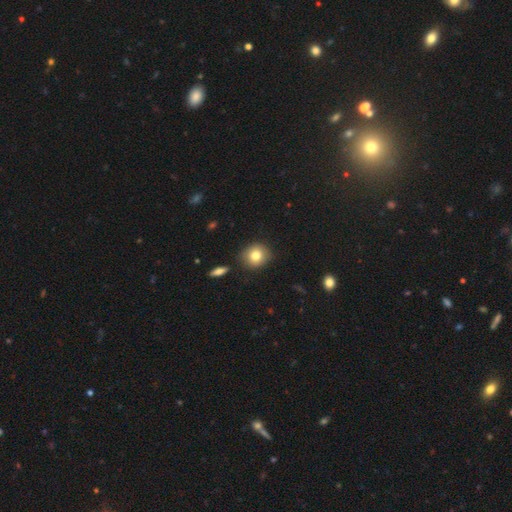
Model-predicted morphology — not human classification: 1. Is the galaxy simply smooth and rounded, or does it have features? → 79% smooth, 11% featured or disk, 10% star or artifact.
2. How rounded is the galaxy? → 78% round, 21% in between, 1% cigar-shaped.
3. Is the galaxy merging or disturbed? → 85% none, 10% minor disturbance, 3% merger, 2% major disturbance.